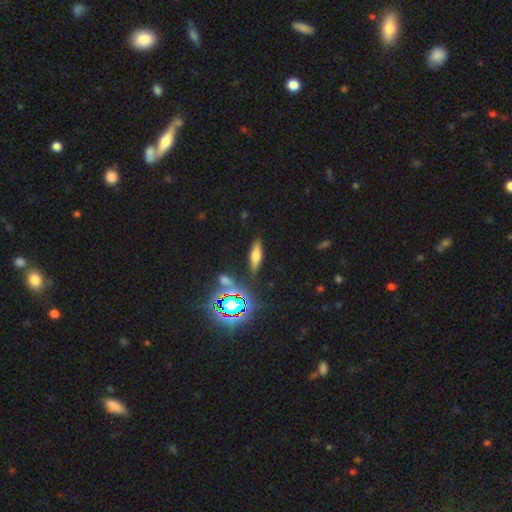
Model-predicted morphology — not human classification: A smooth galaxy with no disk features (46%). Merging: none (83%).